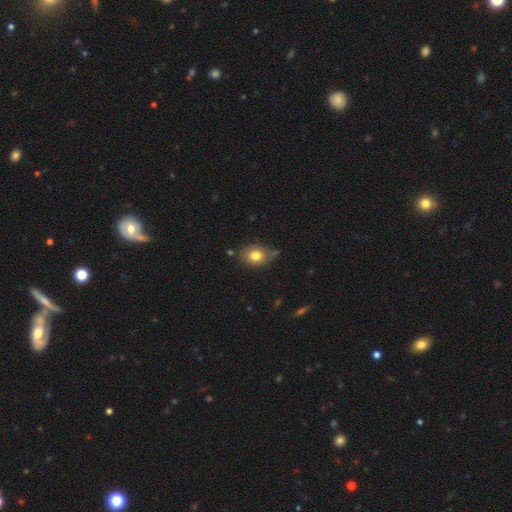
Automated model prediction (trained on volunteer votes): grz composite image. It shows a smooth galaxy with no disk features (78%) that is in between round and cigar-shaped (64%). Merging: none (68%).